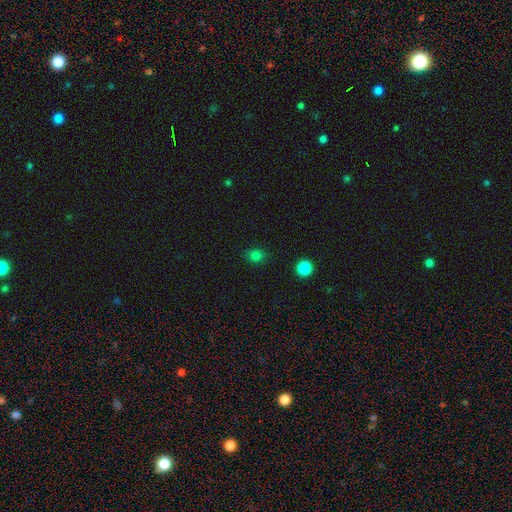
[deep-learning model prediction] Smooth or featured?
  - smooth: 78% *
  - star or artifact: 17%
  - featured or disk: 4%
How rounded?
  - round: 69% *
  - in between: 30%
  - cigar-shaped: 1%
Merging?
  - none: 85% *
  - minor disturbance: 11%
  - major disturbance: 3%
  - merger: 2%